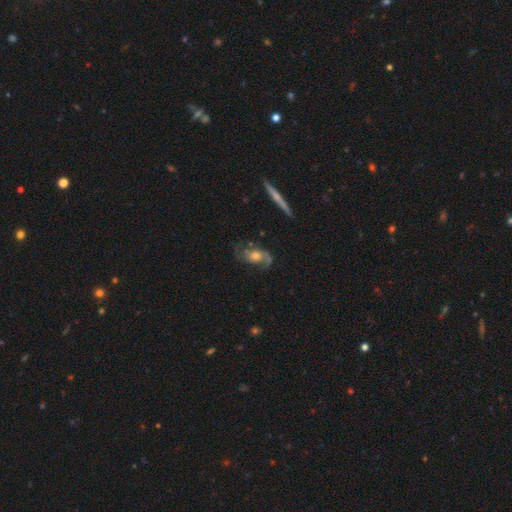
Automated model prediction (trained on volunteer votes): Smooth or featured? Predicted: featured or disk (p=0.81). Edge-on disk? Predicted: no (p=0.94). Bar? Predicted: no (p=0.70). Spiral arms? Predicted: yes (p=0.94). Spiral winding? Predicted: medium (p=0.47). Spiral arm count? Predicted: 2 (p=0.83). Bulge size? Predicted: moderate (p=0.60). Merging? Predicted: none (p=0.63).